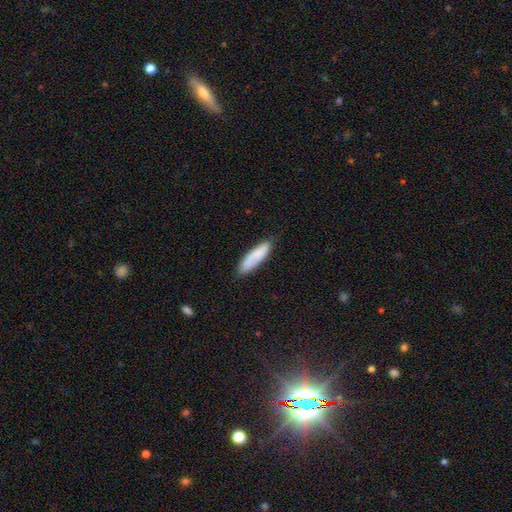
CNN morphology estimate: smooth 76%, featured or disk 18%, star or artifact 6%. Down the decision tree: how rounded — cigar-shaped (64%); merging — none (81%).